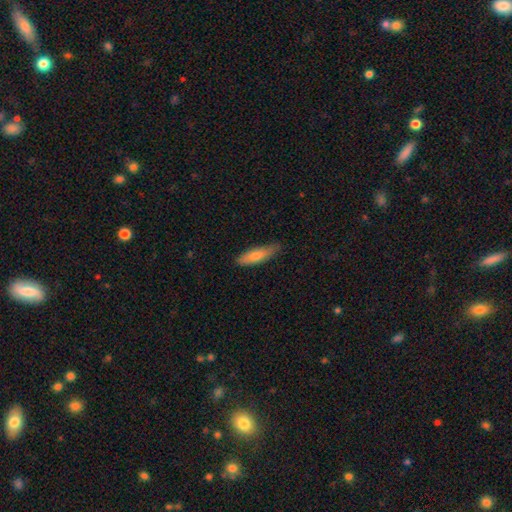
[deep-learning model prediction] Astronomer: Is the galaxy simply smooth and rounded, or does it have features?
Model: smooth — 72%.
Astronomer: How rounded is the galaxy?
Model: cigar-shaped — 62%.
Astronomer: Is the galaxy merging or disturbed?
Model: none — 78%.